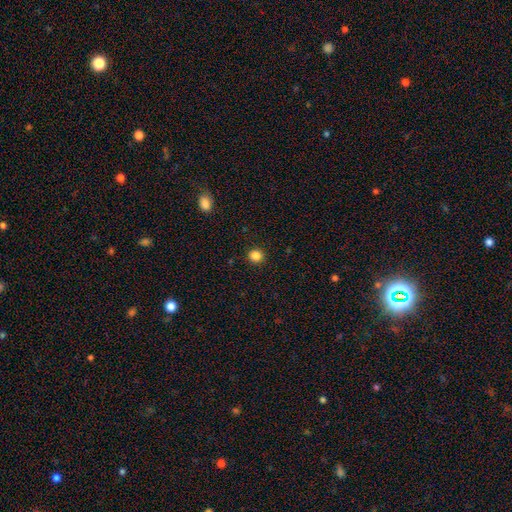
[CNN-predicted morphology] Overall: smooth (85%). How rounded: round (90%). Merging: none (92%).